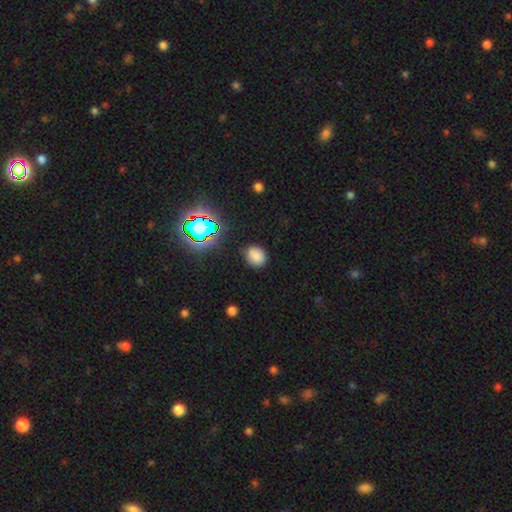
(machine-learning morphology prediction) This appears to be a smooth galaxy with no disk features (77%) that is round (64%). Merging: none (83%).